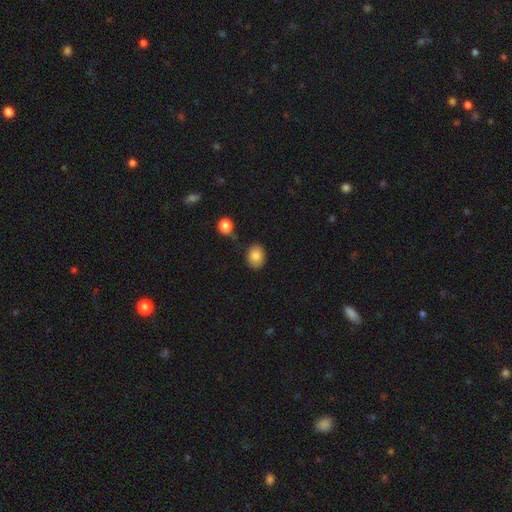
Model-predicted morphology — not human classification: A smooth galaxy with no disk features (83%) that is in between round and cigar-shaped (59%). Merging: none (80%).